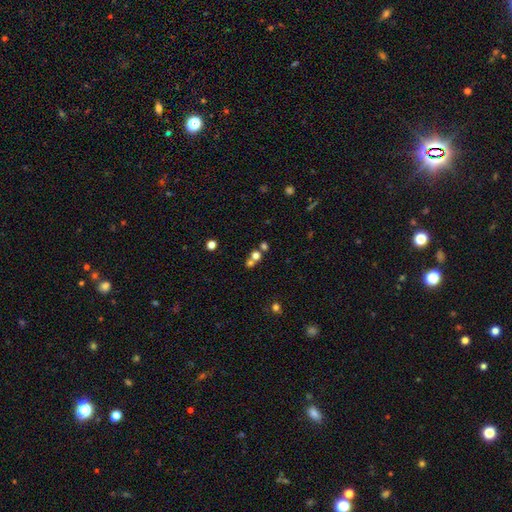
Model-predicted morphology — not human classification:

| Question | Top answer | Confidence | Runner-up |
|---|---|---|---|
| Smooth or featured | smooth | 63% | star or artifact (23%) |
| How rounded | round | 80% | in between (18%) |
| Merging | merger | 46% | none (44%) |